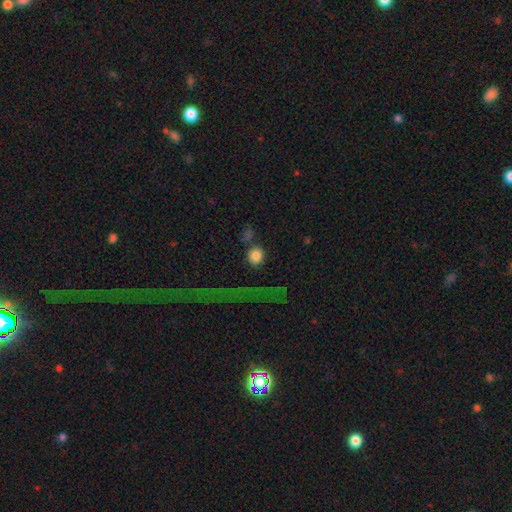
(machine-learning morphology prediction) smooth 80%, star or artifact 11%, featured or disk 8%. Down the decision tree: how rounded — round (83%); merging — none (76%).